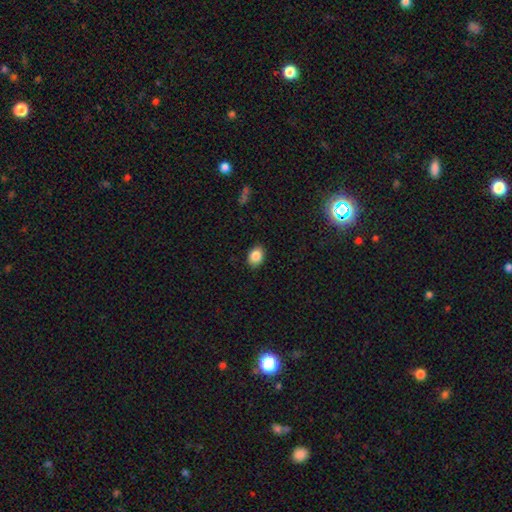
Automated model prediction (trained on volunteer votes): Smooth or featured: smooth — 87% (star or artifact — 9%)
How rounded: in between — 68% (round — 31%)
Merging: none — 88% (minor disturbance — 9%)